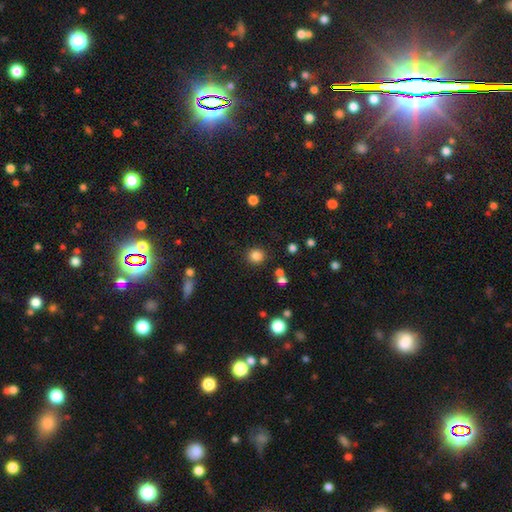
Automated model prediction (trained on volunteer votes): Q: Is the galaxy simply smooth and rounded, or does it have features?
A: smooth — 83%.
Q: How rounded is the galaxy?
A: round — 86%.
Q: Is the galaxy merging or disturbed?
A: none — 86%.